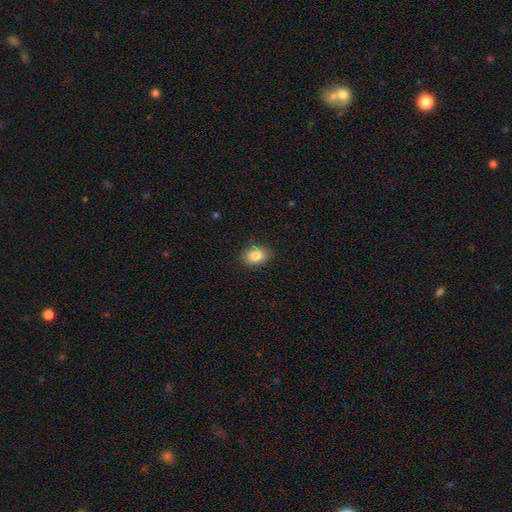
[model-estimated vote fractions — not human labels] Q: Smooth or featured?
A: smooth (85%); runner-up: star or artifact (8%)
Q: How rounded?
A: in between (75%); runner-up: round (24%)
Q: Merging?
A: none (88%); runner-up: minor disturbance (9%)